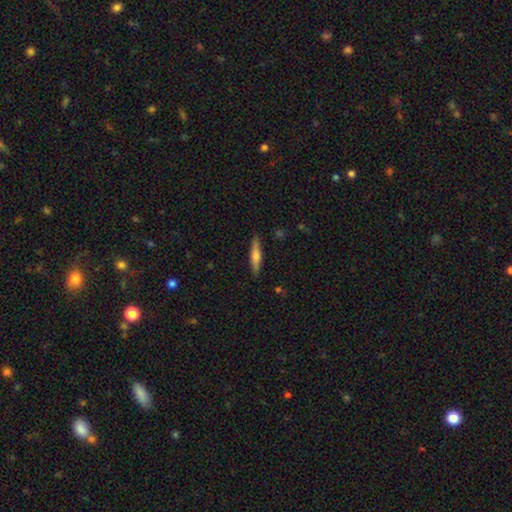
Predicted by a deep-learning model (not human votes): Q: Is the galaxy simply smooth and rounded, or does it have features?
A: smooth — 58%.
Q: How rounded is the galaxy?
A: cigar-shaped — 84%.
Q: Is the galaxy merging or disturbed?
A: none — 87%.